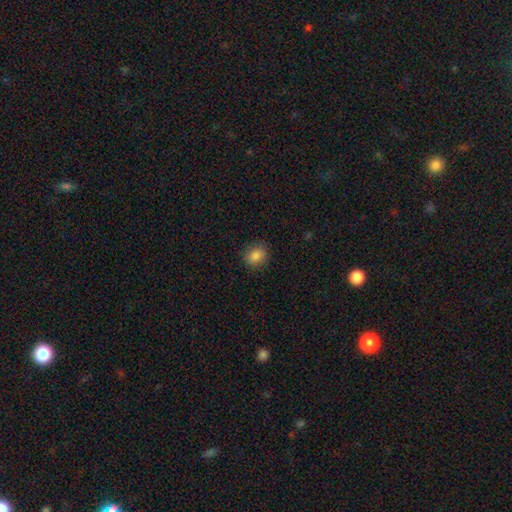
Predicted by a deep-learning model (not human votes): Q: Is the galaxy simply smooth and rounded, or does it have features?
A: smooth — 86%.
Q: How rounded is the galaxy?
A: round — 55%.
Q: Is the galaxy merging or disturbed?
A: none — 86%.